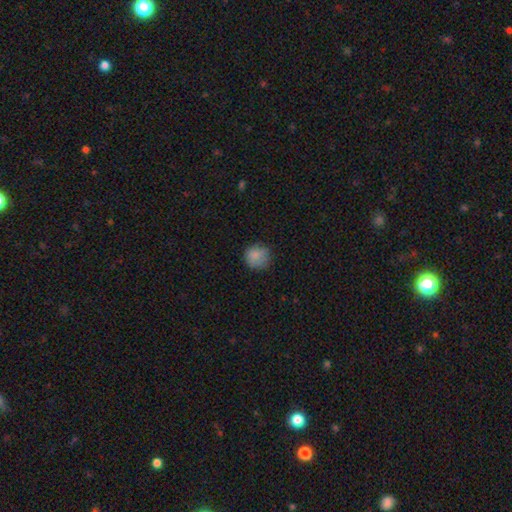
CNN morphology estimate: Smooth or featured?
  - smooth: 85% *
  - star or artifact: 9%
  - featured or disk: 6%
How rounded?
  - round: 91% *
  - in between: 9%
  - cigar-shaped: 1%
Merging?
  - none: 78% *
  - minor disturbance: 17%
  - major disturbance: 4%
  - merger: 1%